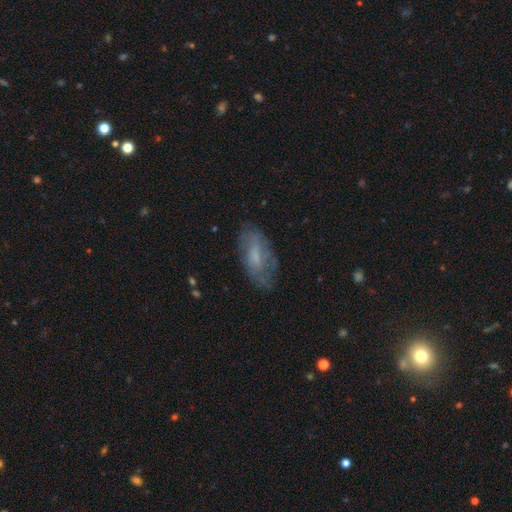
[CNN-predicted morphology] Smooth or featured: smooth — 47% (featured or disk — 45%)
Merging: none — 67% (minor disturbance — 22%)